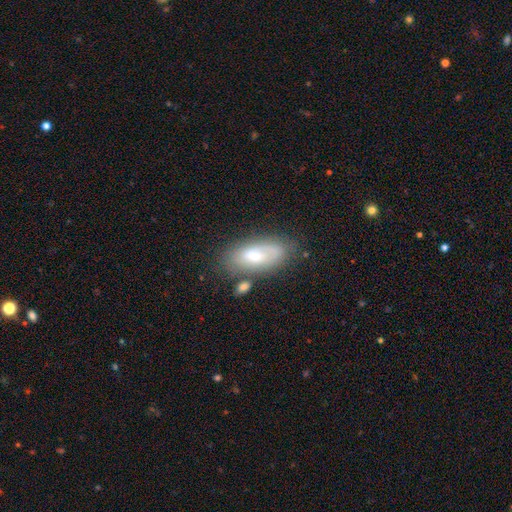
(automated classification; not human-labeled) smooth 57%, featured or disk 36%, star or artifact 7%. Down the decision tree: how rounded — in between (87%); merging — none (65%).